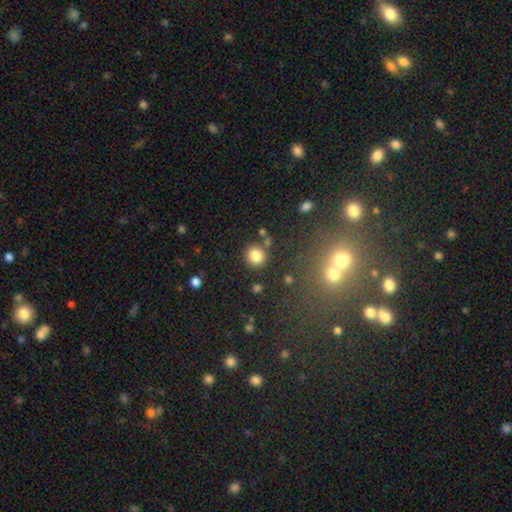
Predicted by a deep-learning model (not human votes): smooth 83%, star or artifact 11%, featured or disk 6%. Down the decision tree: how rounded — round (92%); merging — none (83%).